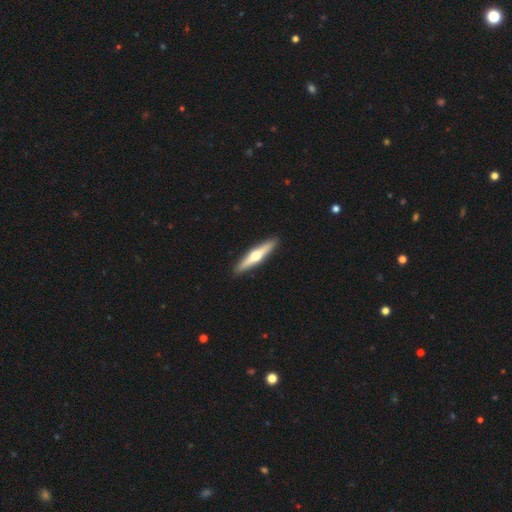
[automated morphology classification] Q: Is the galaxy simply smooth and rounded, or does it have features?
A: featured or disk — 63%.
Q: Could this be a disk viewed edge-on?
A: yes — 97%.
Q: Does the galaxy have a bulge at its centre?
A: rounded — 94%.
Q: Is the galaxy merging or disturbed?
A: none — 92%.